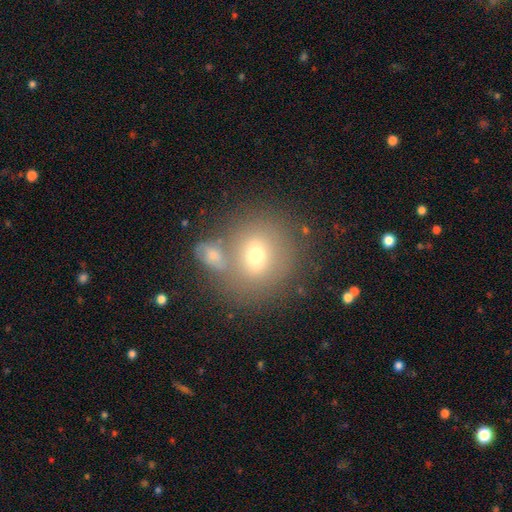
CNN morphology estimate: A smooth galaxy with no disk features (66%) that is round (82%). Merging: none (56%).